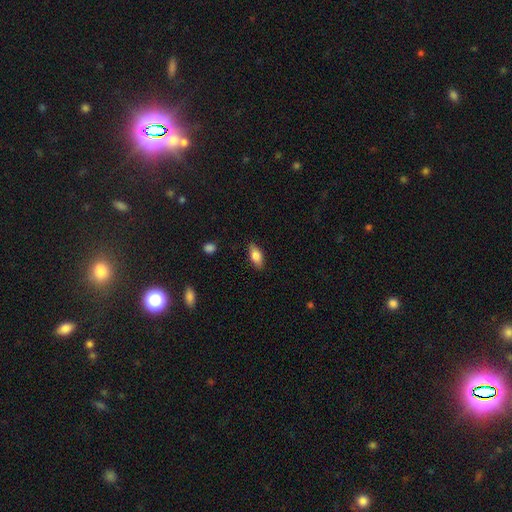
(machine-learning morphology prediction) Q: Smooth or featured?
A: smooth (81%); runner-up: featured or disk (12%)
Q: How rounded?
A: in between (85%); runner-up: cigar-shaped (12%)
Q: Merging?
A: none (84%); runner-up: minor disturbance (12%)